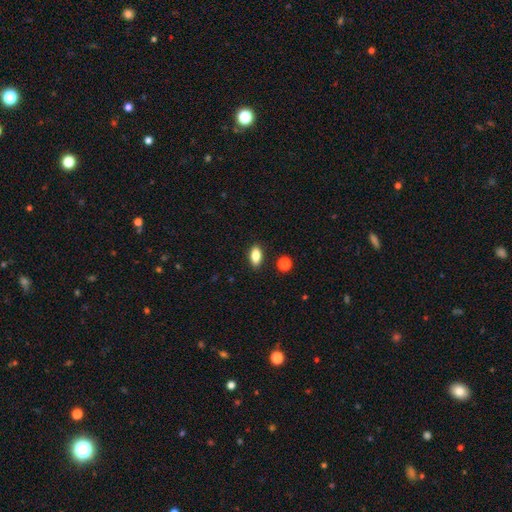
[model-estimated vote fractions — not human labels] A smooth galaxy with no disk features (85%) that is in between round and cigar-shaped (88%). Merging: none (88%).